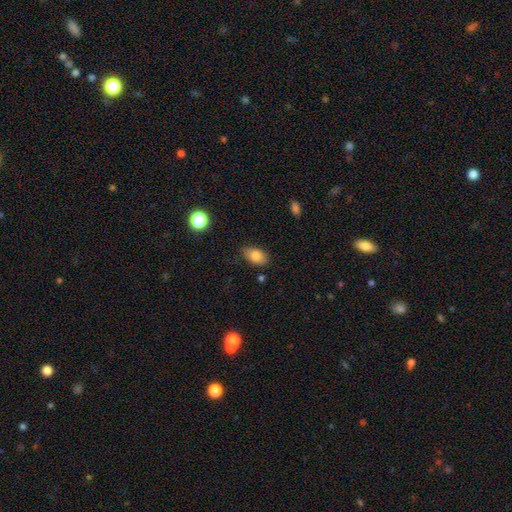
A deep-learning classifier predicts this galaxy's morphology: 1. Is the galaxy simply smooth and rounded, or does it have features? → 82% smooth, 10% featured or disk, 9% star or artifact.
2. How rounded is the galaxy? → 89% in between, 9% round, 2% cigar-shaped.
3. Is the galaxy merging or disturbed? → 80% none, 15% minor disturbance, 3% major disturbance, 2% merger.